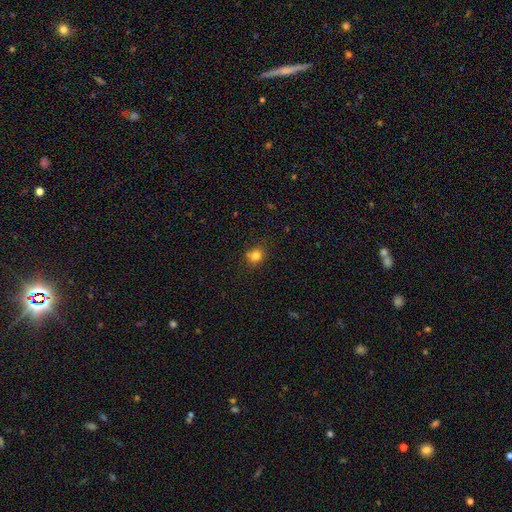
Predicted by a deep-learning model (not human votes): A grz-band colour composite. It shows a smooth galaxy with no disk features (81%) that is round (78%). Merging: none (75%).